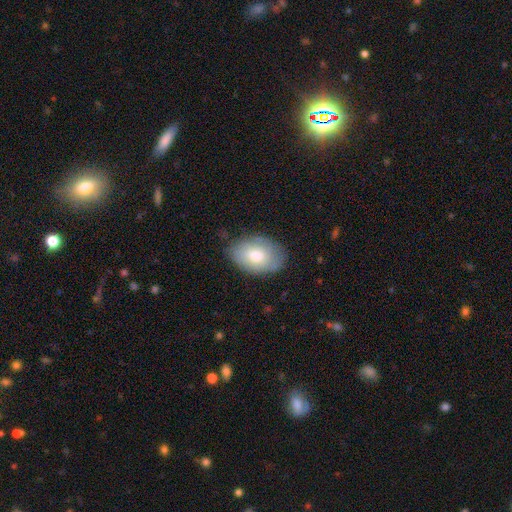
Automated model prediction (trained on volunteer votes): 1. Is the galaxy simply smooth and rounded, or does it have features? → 68% smooth, 25% featured or disk, 7% star or artifact.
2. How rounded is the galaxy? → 88% in between, 11% round, 1% cigar-shaped.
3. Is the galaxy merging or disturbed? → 75% none, 20% minor disturbance, 4% major disturbance, 1% merger.